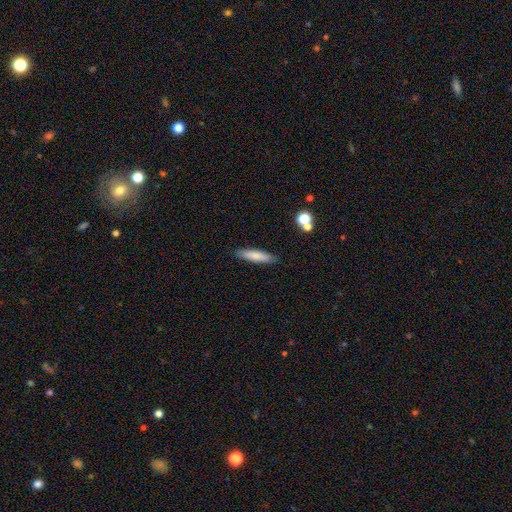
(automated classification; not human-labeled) smooth-or-featured: smooth: 78% | featured or disk: 15% | star or artifact: 7%
  how-rounded: cigar-shaped: 76% | in between: 22% | round: 1%
  merging: none: 87% | minor disturbance: 9% | major disturbance: 2% | merger: 2%